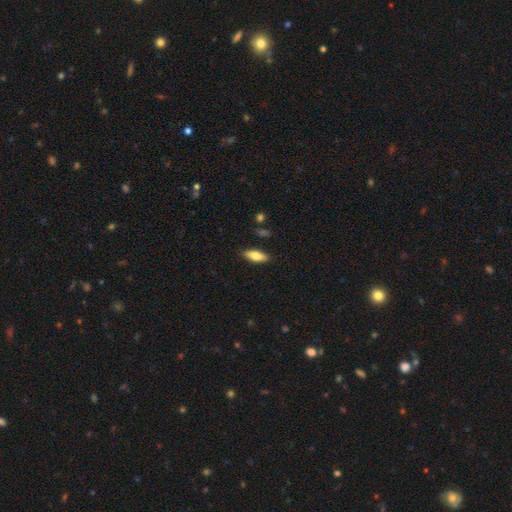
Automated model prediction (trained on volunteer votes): Smooth or featured? Predicted: smooth (p=0.78). How rounded? Predicted: in between (p=0.66). Merging? Predicted: none (p=0.86).